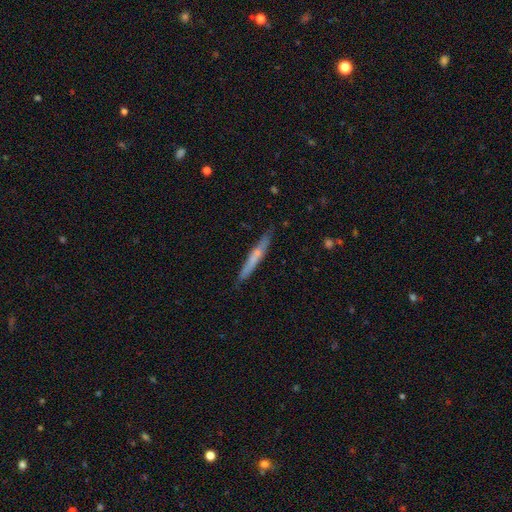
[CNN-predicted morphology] Smooth or featured? featured or disk (50%)
Edge-on disk? yes (94%)
Merging? none (87%)